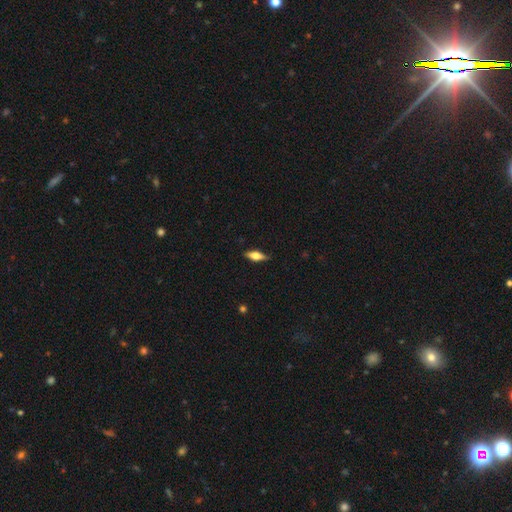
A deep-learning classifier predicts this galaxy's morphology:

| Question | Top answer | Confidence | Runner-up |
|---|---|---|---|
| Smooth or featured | smooth | 53% | featured or disk (40%) |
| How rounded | in between | 61% | cigar-shaped (35%) |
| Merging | none | 85% | minor disturbance (12%) |